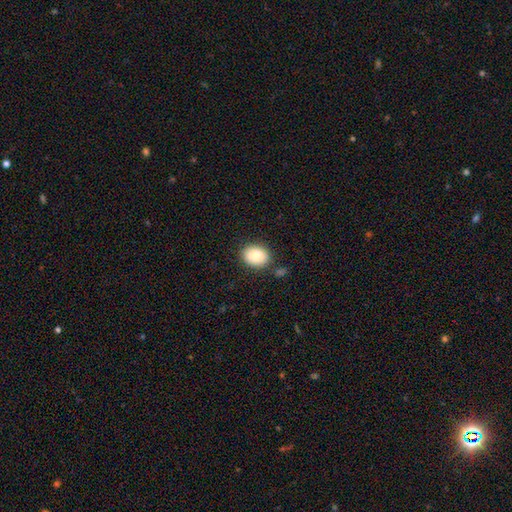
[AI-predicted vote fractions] Q: Smooth or featured?
A: smooth (86%); runner-up: star or artifact (7%)
Q: How rounded?
A: in between (58%); runner-up: round (41%)
Q: Merging?
A: none (85%); runner-up: minor disturbance (10%)